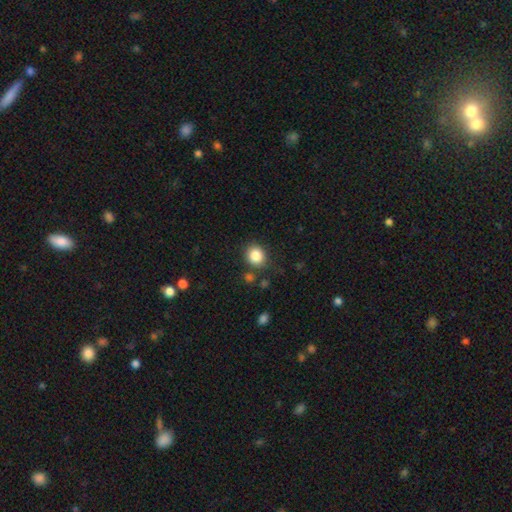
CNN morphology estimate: Q: Smooth or featured?
A: smooth (85%); runner-up: star or artifact (10%)
Q: How rounded?
A: round (76%); runner-up: in between (23%)
Q: Merging?
A: none (81%); runner-up: minor disturbance (11%)